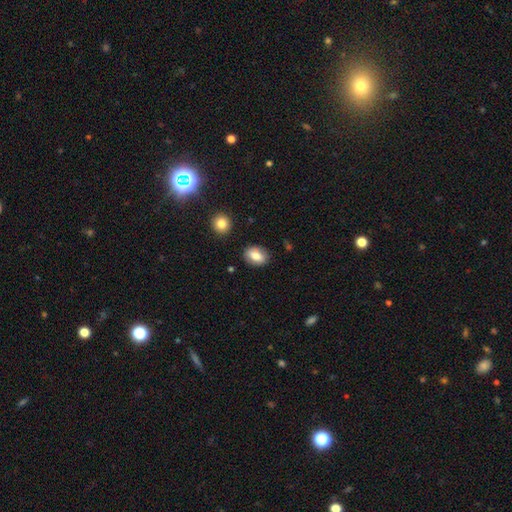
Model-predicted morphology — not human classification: Smooth or featured: smooth — 81% (featured or disk — 11%)
How rounded: in between — 74% (round — 25%)
Merging: none — 85% (minor disturbance — 10%)